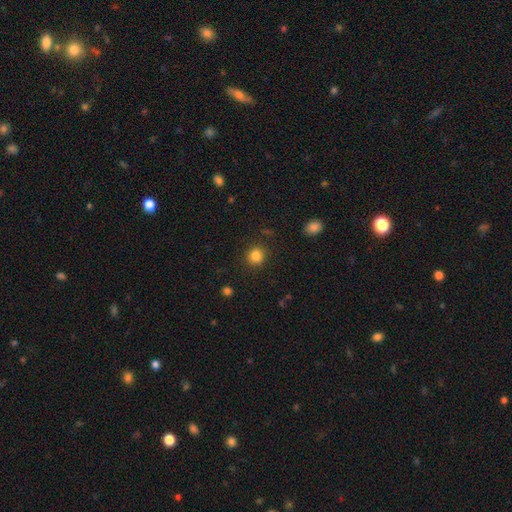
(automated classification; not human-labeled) A smooth galaxy with no disk features (84%) that is round (88%).

Vote fractions:
- Smooth or featured? smooth: 84% / star or artifact: 12% / featured or disk: 4%
- How rounded? round: 88% / in between: 11% / cigar-shaped: 1%
- Merging? none: 89% / minor disturbance: 7% / major disturbance: 3% / merger: 1%